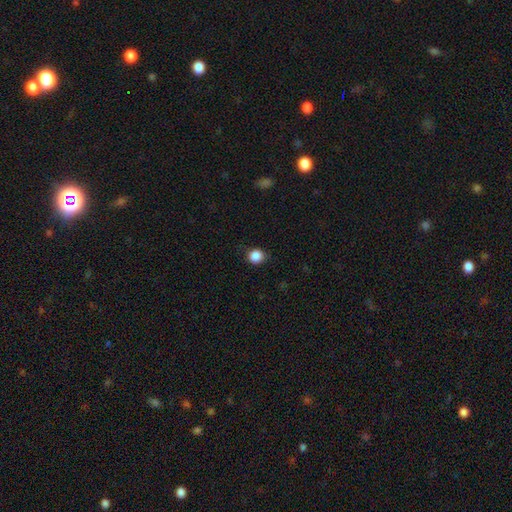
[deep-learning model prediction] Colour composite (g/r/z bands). It shows a smooth galaxy with no disk features (87%) that is round (87%). Merging: none (85%).